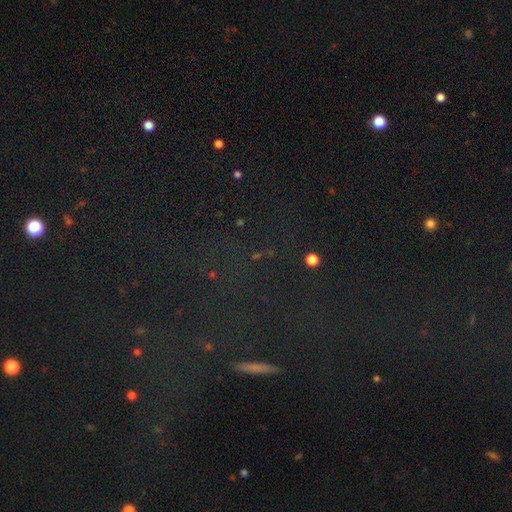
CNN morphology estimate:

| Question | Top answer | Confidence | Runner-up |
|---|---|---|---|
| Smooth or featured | star or artifact | 74% | smooth (16%) |